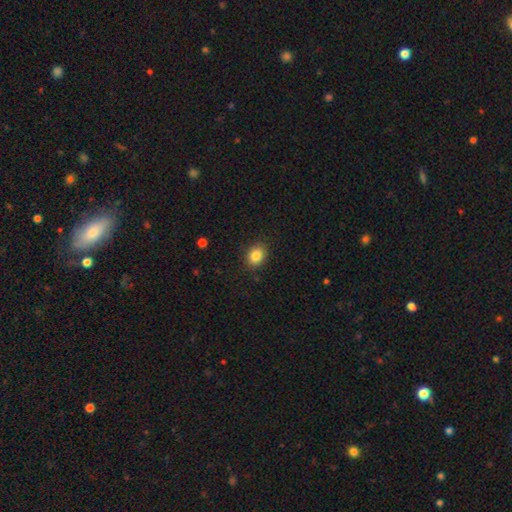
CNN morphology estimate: Smooth or featured: smooth — 86% (star or artifact — 9%)
How rounded: in between — 53% (round — 46%)
Merging: none — 87% (minor disturbance — 9%)